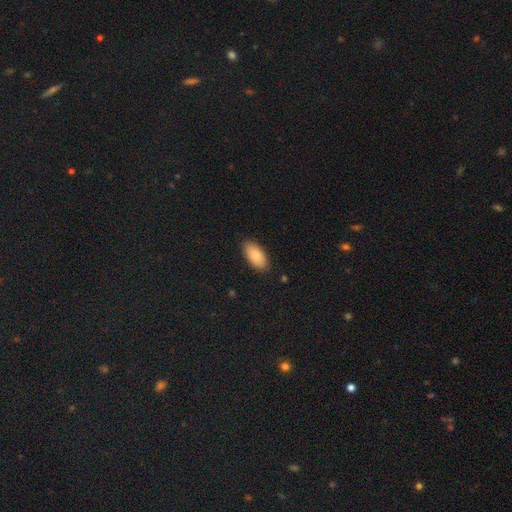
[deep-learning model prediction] smooth-or-featured: smooth: 83% | featured or disk: 10% | star or artifact: 6%
  how-rounded: in between: 93% | cigar-shaped: 4% | round: 2%
  merging: none: 86% | minor disturbance: 11% | major disturbance: 2% | merger: 1%